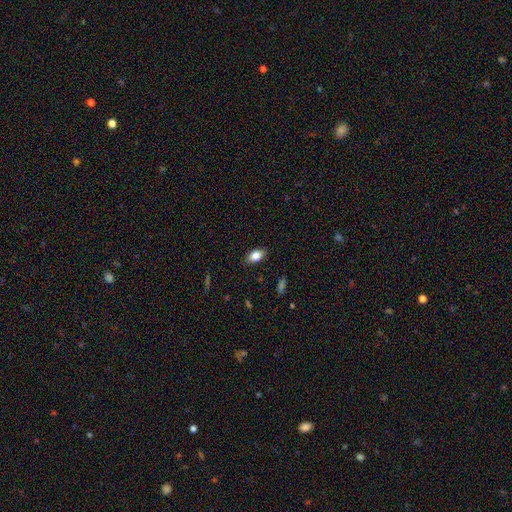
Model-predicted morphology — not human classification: Smooth or featured? Predicted: smooth (p=0.82). How rounded? Predicted: in between (p=0.89). Merging? Predicted: none (p=0.86).